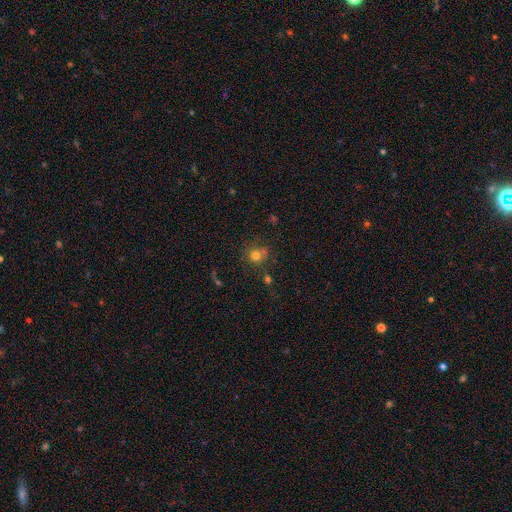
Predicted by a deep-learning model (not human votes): Smooth or featured? Predicted: smooth (p=0.75). How rounded? Predicted: round (p=0.85). Merging? Predicted: none (p=0.68).